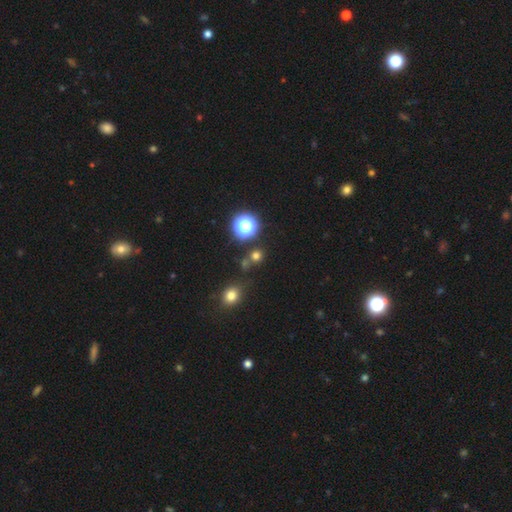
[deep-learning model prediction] This is likely a smooth galaxy (65%). How rounded: clearly round (86%). Merging: likely none (72%).